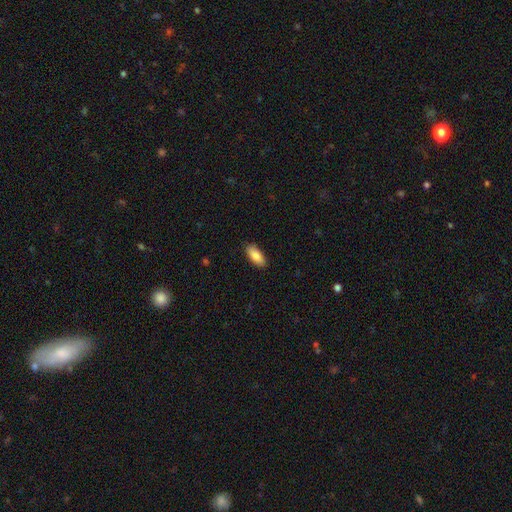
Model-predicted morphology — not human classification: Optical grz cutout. It shows a smooth galaxy with no disk features (86%) that is in between round and cigar-shaped (83%). Merging: none (89%).